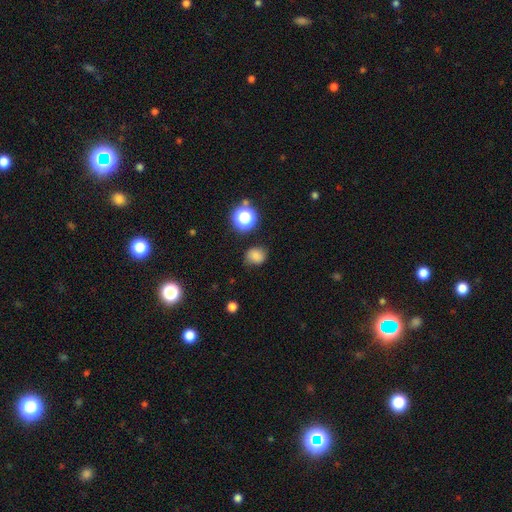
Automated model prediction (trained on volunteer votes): This appears to be a smooth galaxy with no disk features (78%) that is round (67%). Merging: none (74%).